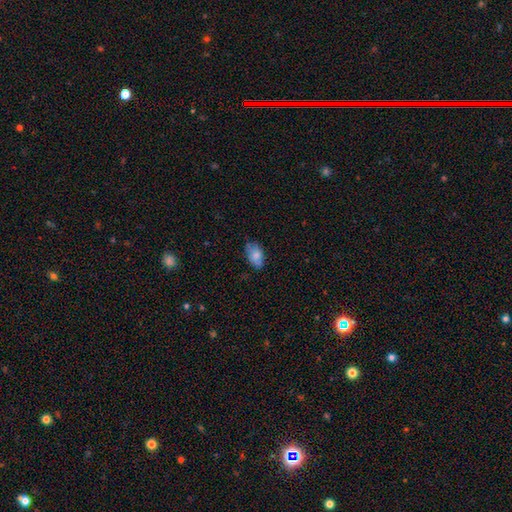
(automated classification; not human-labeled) smooth_or_featured: smooth (p=0.77) [alt: featured or disk p=0.14]
how_rounded: in between (p=0.89) [alt: round p=0.09]
merging: none (p=0.65) [alt: minor disturbance p=0.26]